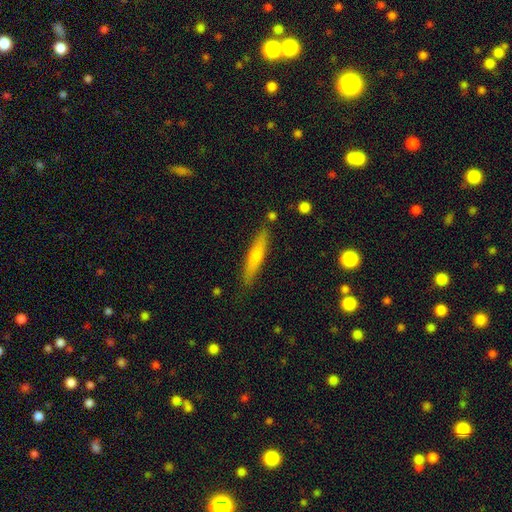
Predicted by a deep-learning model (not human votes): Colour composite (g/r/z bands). It shows a smooth galaxy with no disk features (58%) that is cigar-shaped (90%). Merging: none (85%).